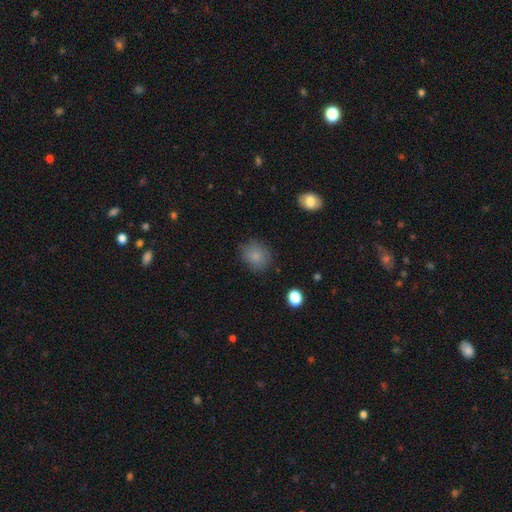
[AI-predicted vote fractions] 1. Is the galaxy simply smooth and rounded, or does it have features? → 83% smooth, 10% star or artifact, 7% featured or disk.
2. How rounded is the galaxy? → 72% round, 27% in between, 1% cigar-shaped.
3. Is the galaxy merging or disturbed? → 78% none, 16% minor disturbance, 4% major disturbance, 2% merger.